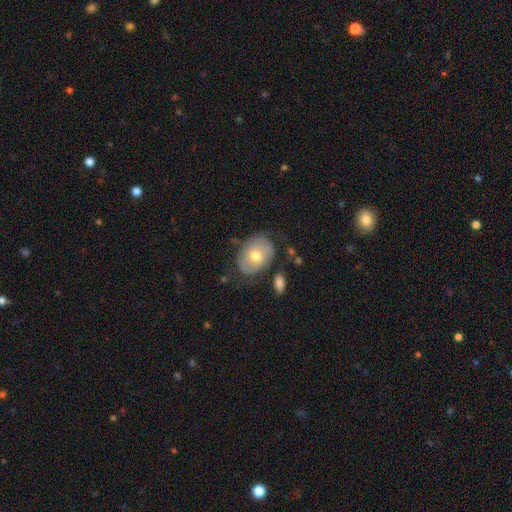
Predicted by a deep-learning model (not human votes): Smooth or featured? Predicted: smooth (p=0.55). How rounded? Predicted: in between (p=0.67). Merging? Predicted: none (p=0.62).